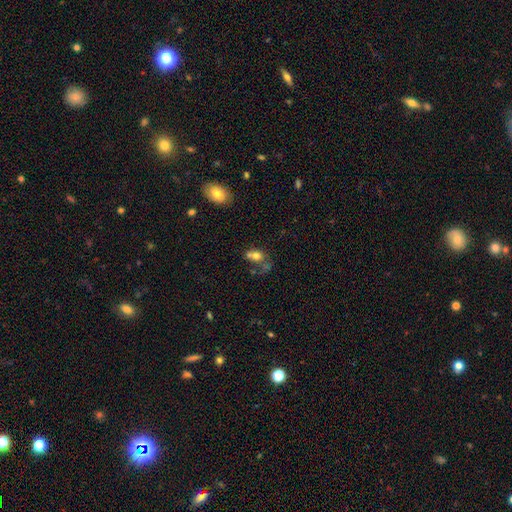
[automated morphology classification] This is likely a smooth galaxy (68%). How rounded: possibly in between (50%). Merging: possibly merger (48%).